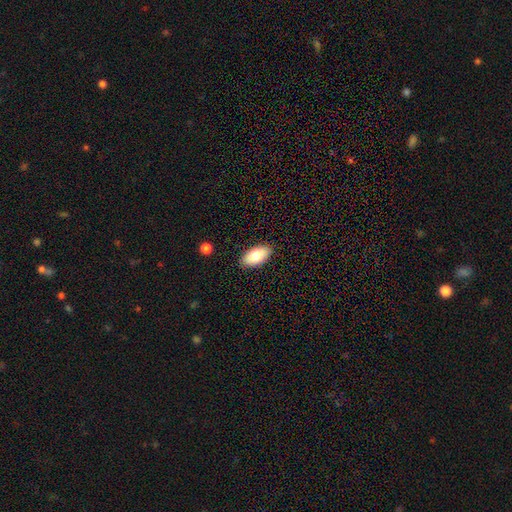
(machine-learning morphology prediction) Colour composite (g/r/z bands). It shows a smooth galaxy with no disk features (78%) that is in between round and cigar-shaped (93%). Merging: none (88%).